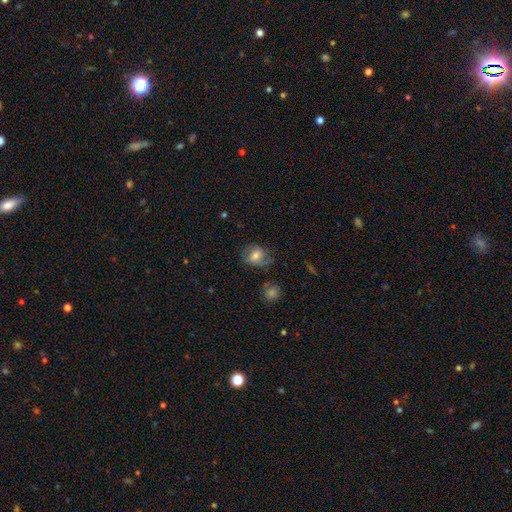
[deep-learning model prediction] This is possibly a smooth galaxy (51%). How rounded: possibly round (52%). Merging: likely none (63%).